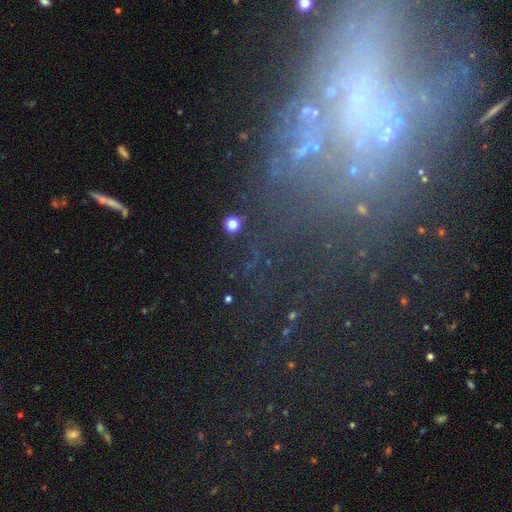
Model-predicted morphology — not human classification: This appears to be a featured or disk galaxy (47%). Merging: none (46%).